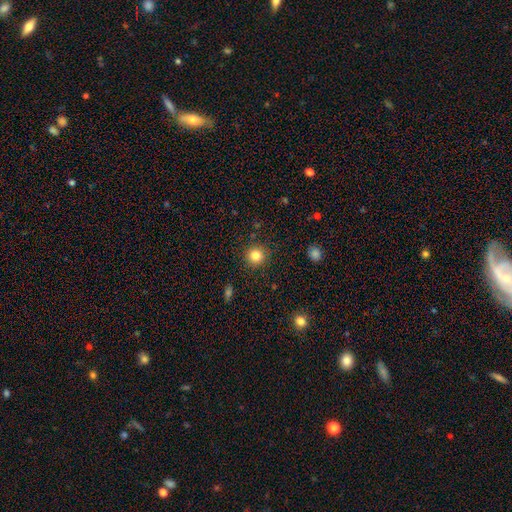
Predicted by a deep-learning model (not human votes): Smooth or featured?
  - smooth: 83% *
  - star or artifact: 11%
  - featured or disk: 6%
How rounded?
  - round: 93% *
  - in between: 6%
  - cigar-shaped: 1%
Merging?
  - none: 90% *
  - minor disturbance: 6%
  - major disturbance: 2%
  - merger: 1%